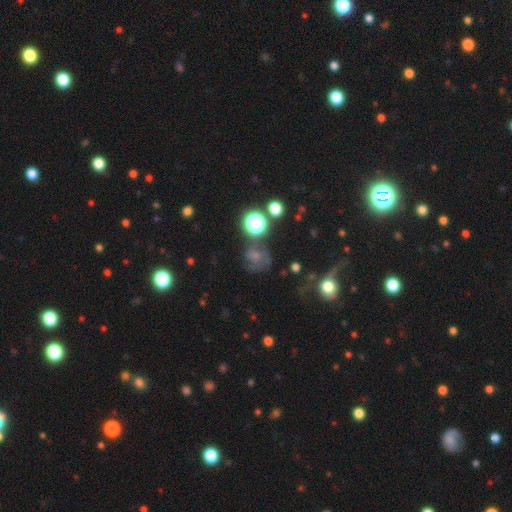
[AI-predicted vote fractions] This is possibly a smooth galaxy (46%). Merging: possibly none (49%).